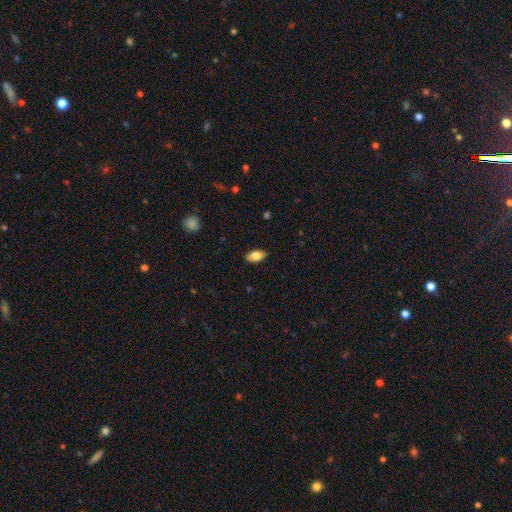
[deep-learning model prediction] smooth 80%, featured or disk 13%, star or artifact 7%. Down the decision tree: how rounded — in between (91%); merging — none (88%).